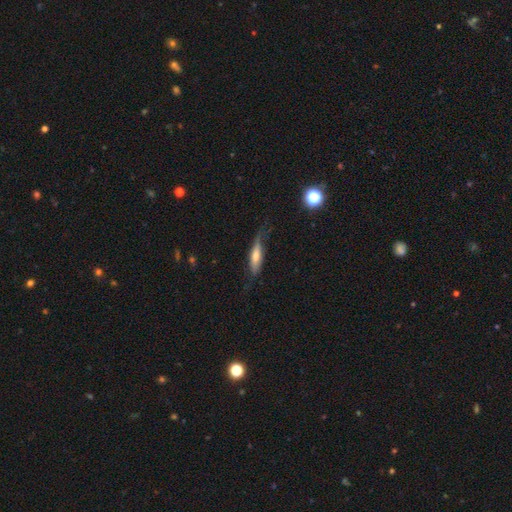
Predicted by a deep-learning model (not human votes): smooth_or_featured: smooth (p=0.50) [alt: featured or disk p=0.42]
merging: none (p=0.55) [alt: minor disturbance p=0.28]